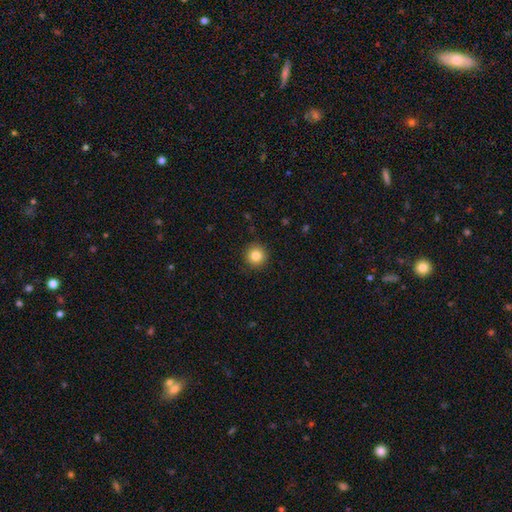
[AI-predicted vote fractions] Smooth or featured?
  - smooth: 83% *
  - star or artifact: 11%
  - featured or disk: 6%
How rounded?
  - round: 95% *
  - in between: 4%
  - cigar-shaped: 1%
Merging?
  - none: 91% *
  - minor disturbance: 6%
  - major disturbance: 2%
  - merger: 1%